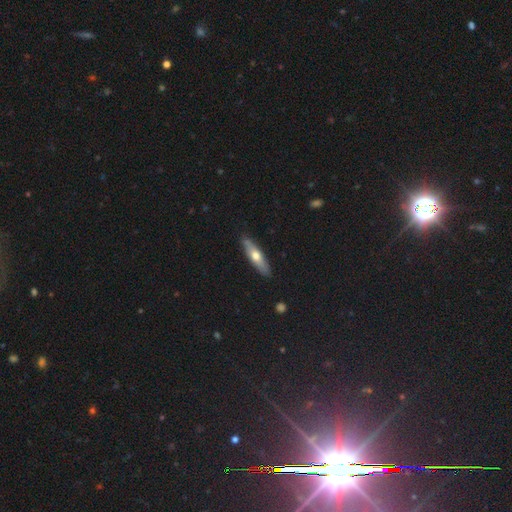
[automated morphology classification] The model was most divided on "smooth or featured": smooth: 52%, featured or disk: 43%, star or artifact: 5%. More confident: merging — none (87%); how rounded — cigar-shaped (70%).